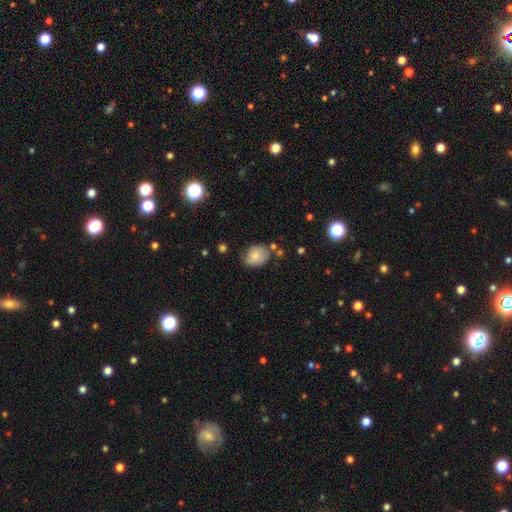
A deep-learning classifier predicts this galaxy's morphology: This is likely a smooth galaxy (72%). How rounded: possibly in between (57%). Merging: likely none (60%).